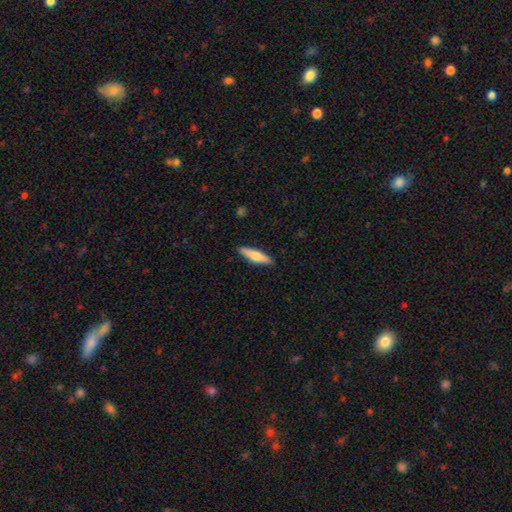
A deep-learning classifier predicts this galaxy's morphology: A smooth galaxy with no disk features (65%) that is cigar-shaped (75%). Merging: none (90%).